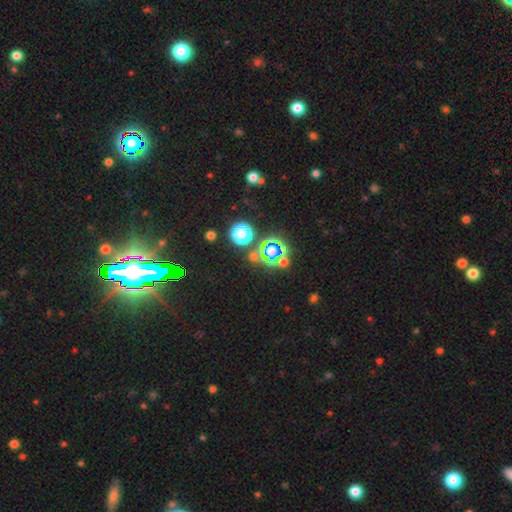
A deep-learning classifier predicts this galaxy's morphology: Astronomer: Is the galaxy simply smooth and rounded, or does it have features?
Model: star or artifact — 74%.